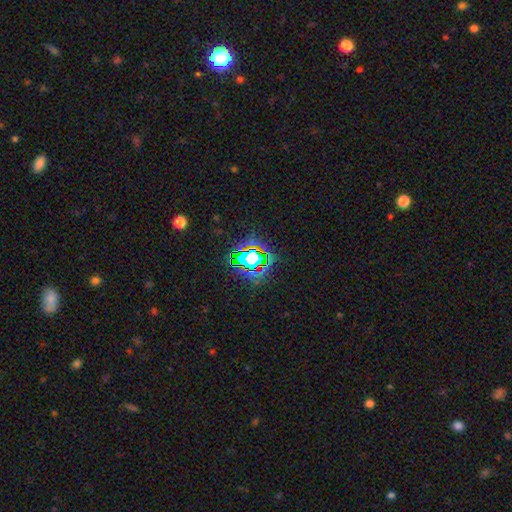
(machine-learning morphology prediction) The model was most divided on "smooth or featured": star or artifact: 68%, smooth: 19%, featured or disk: 13%.